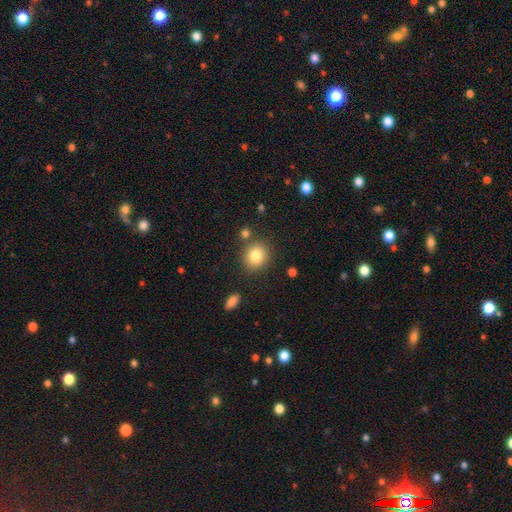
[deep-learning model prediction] Smooth or featured: smooth — 82% (star or artifact — 10%)
How rounded: round — 78% (in between — 21%)
Merging: none — 81% (minor disturbance — 9%)